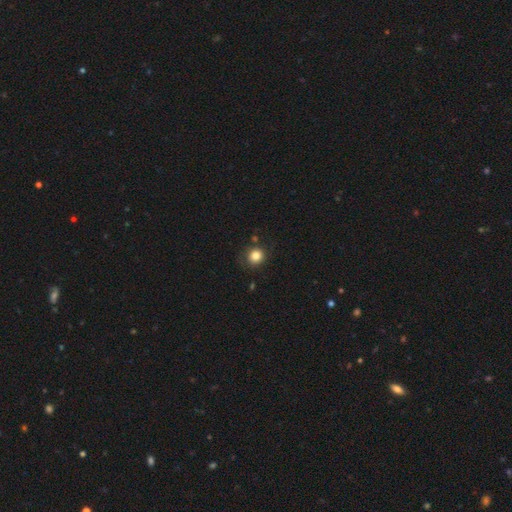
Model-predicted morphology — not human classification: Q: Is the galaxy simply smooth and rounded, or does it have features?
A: smooth — 83%.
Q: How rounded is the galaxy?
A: round — 87%.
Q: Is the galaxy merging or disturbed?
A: none — 79%.